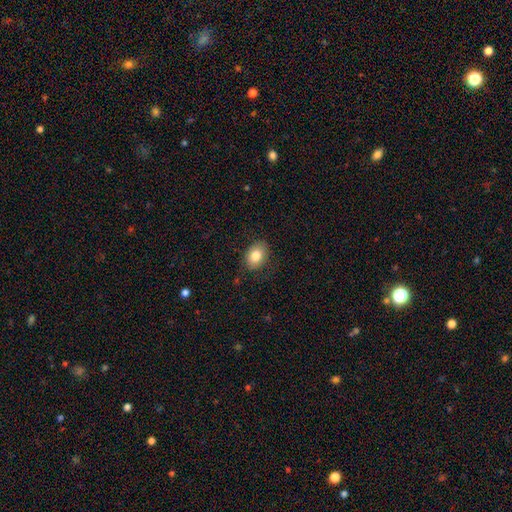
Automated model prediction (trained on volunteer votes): Smooth or featured: smooth — 83% (featured or disk — 9%)
How rounded: in between — 74% (round — 25%)
Merging: none — 82% (minor disturbance — 13%)